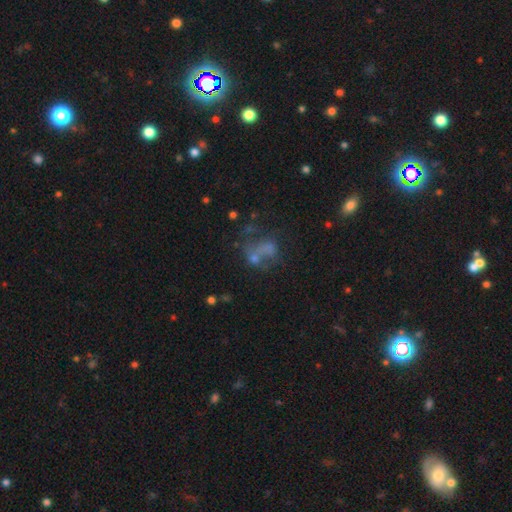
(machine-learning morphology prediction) This appears to be a smooth galaxy with no disk features (40%). Merging: none (35%).